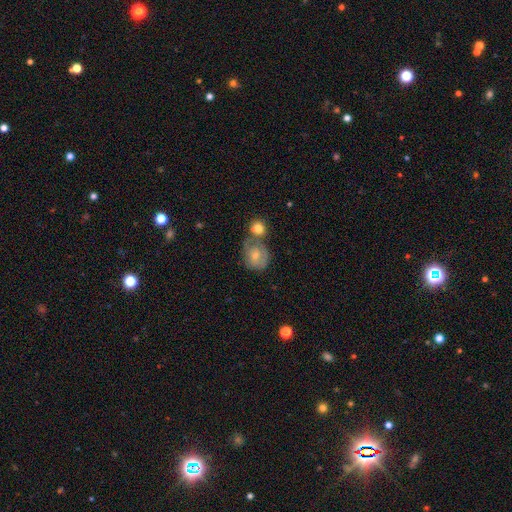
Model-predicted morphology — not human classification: Smooth or featured? Predicted: smooth (p=0.60). How rounded? Predicted: round (p=0.70). Merging? Predicted: merger (p=0.44).